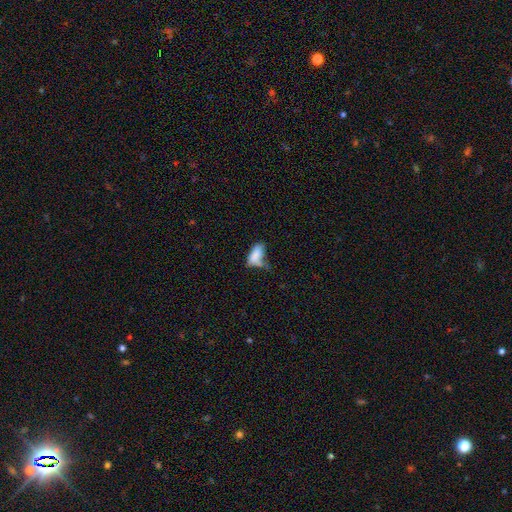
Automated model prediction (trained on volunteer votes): Smooth or featured? smooth (75%)
How rounded? in between (86%)
Merging? none (27%, tied with minor disturbance)